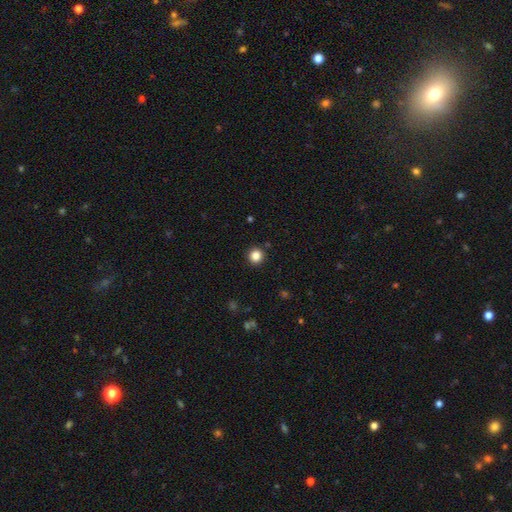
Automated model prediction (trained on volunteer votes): smooth_or_featured: smooth (p=0.84) [alt: star or artifact p=0.12]
how_rounded: round (p=0.95) [alt: in between p=0.04]
merging: none (p=0.92) [alt: minor disturbance p=0.05]